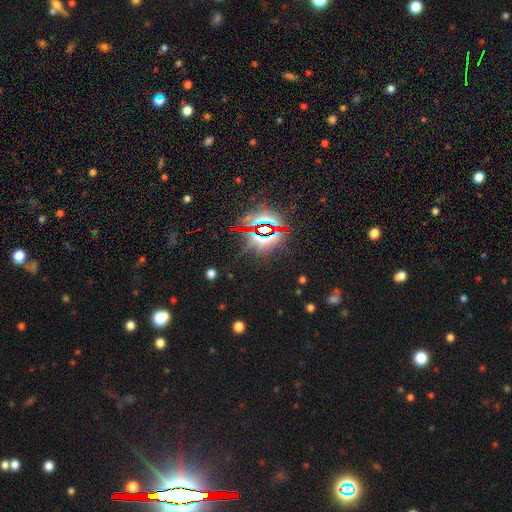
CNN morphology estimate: A star or artifact, not a galaxy (83%).

Vote fractions:
- Smooth or featured? star or artifact: 83% / smooth: 10% / featured or disk: 8%